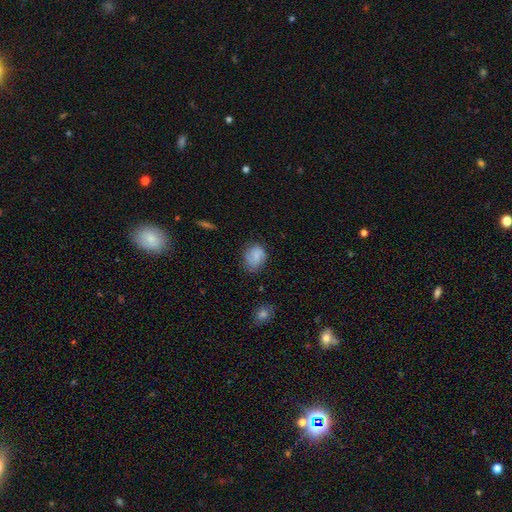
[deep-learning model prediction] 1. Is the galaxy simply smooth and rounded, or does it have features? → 73% smooth, 19% featured or disk, 8% star or artifact.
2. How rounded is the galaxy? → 54% round, 45% in between, 1% cigar-shaped.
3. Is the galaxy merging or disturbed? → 67% none, 24% minor disturbance, 7% major disturbance, 2% merger.